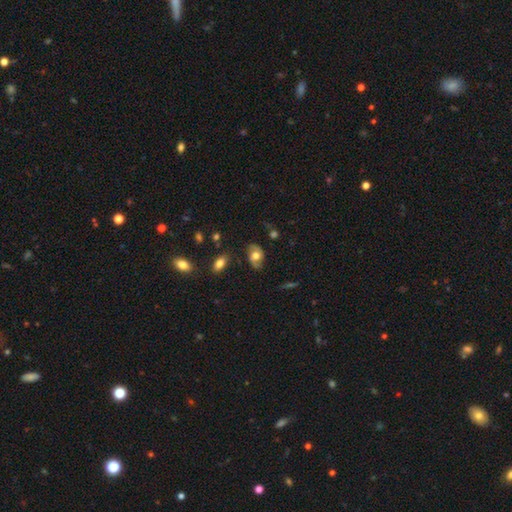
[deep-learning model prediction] Smooth or featured: featured or disk — 47% (smooth — 44%)
Merging: none — 71% (minor disturbance — 20%)